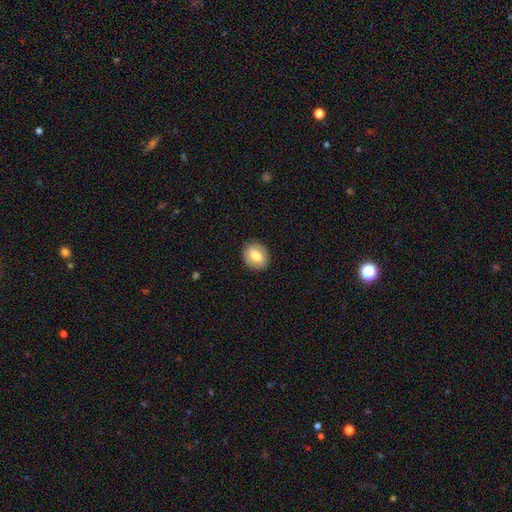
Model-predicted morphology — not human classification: smooth_or_featured: smooth (p=0.74) [alt: featured or disk p=0.19]
how_rounded: round (p=0.52) [alt: in between p=0.46]
merging: none (p=0.87) [alt: minor disturbance p=0.10]